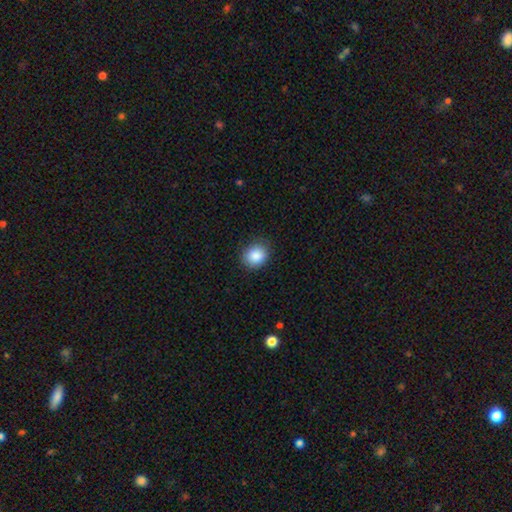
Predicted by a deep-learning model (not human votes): Smooth or featured?
  - smooth: 87% *
  - star or artifact: 9%
  - featured or disk: 4%
How rounded?
  - round: 72% *
  - in between: 27%
  - cigar-shaped: 1%
Merging?
  - none: 86% *
  - minor disturbance: 11%
  - major disturbance: 3%
  - merger: 1%